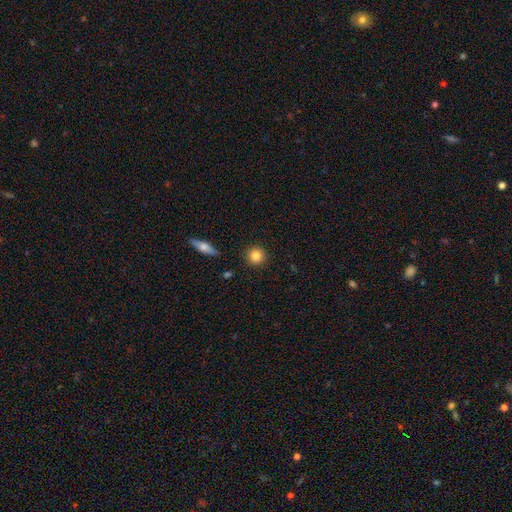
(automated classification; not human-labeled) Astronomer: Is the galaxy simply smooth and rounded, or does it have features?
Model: smooth — 86%.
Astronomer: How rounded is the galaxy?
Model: round — 92%.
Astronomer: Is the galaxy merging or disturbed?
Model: none — 89%.